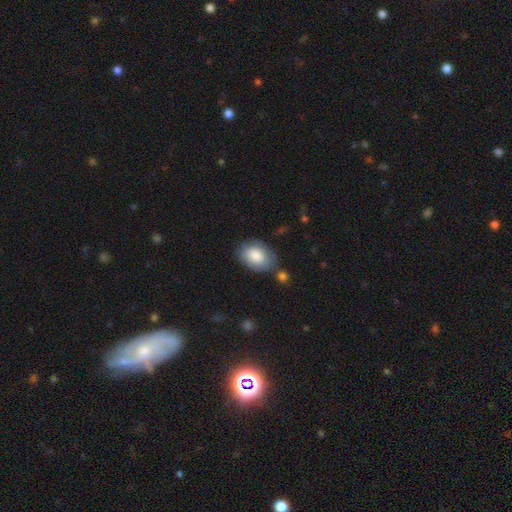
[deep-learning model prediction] Q: Smooth or featured?
A: smooth (84%); runner-up: featured or disk (10%)
Q: How rounded?
A: in between (82%); runner-up: round (17%)
Q: Merging?
A: none (68%); runner-up: minor disturbance (19%)